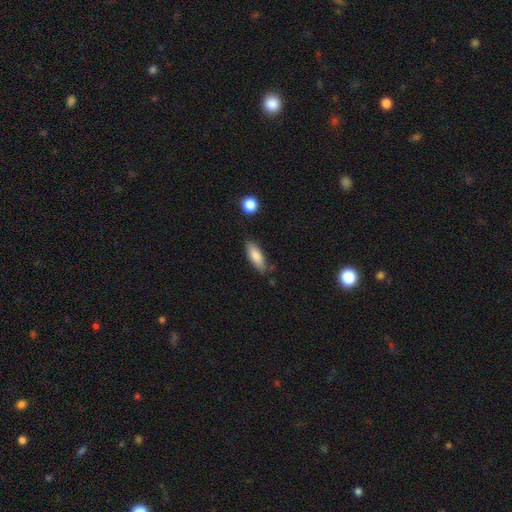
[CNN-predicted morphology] smooth-or-featured: smooth: 81% | featured or disk: 13% | star or artifact: 7%
  how-rounded: in between: 67% | cigar-shaped: 30% | round: 2%
  merging: none: 76% | minor disturbance: 17% | merger: 3% | major disturbance: 3%